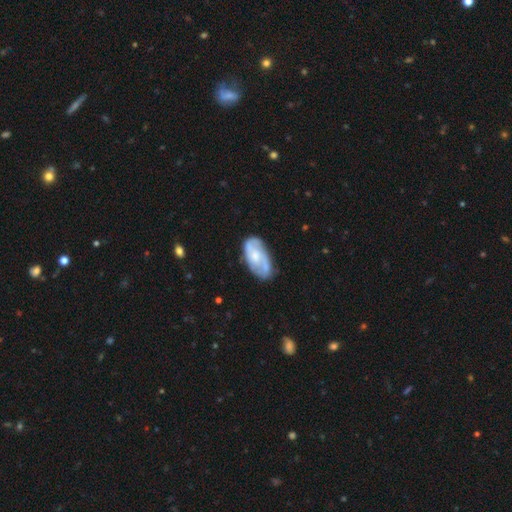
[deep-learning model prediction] smooth-or-featured: featured or disk: 65% | smooth: 29% | star or artifact: 6%
  disk-edge-on: no: 95% | yes: 5%
    bar: no: 60% | weak: 33% | strong: 6%
    has-spiral-arms: yes: 84% | no: 16%
      spiral-winding: medium: 45% | tight: 32% | loose: 23%
      spiral-arm-count: 2: 56% | can't tell: 24% | 3: 11% | 1: 4% | 4: 2% | more than 4: 2%
    bulge-size: moderate: 42% | small: 40% | none: 11% | large: 6% | dominant: 1%
  merging: none: 68% | minor disturbance: 22% | major disturbance: 7% | merger: 3%